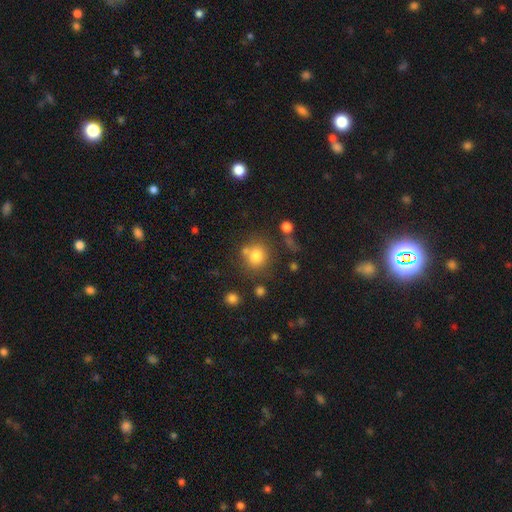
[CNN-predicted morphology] Smooth or featured: smooth — 78% (star or artifact — 13%)
How rounded: round — 83% (in between — 16%)
Merging: none — 67% (merger — 15%)